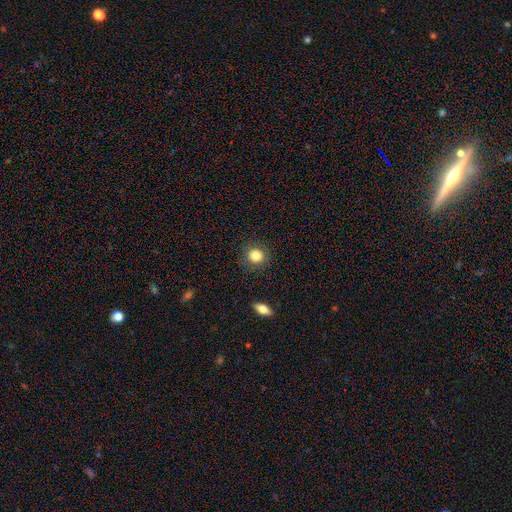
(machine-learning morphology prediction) smooth_or_featured: smooth (p=0.84) [alt: star or artifact p=0.09]
how_rounded: round (p=0.82) [alt: in between p=0.17]
merging: none (p=0.85) [alt: minor disturbance p=0.10]